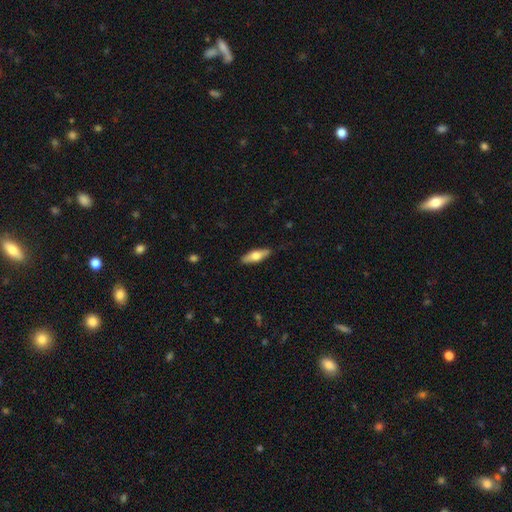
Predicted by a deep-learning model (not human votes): A smooth galaxy with no disk features (59%) that is in between round and cigar-shaped (53%).

Vote fractions:
- Smooth or featured? smooth: 59% / featured or disk: 35% / star or artifact: 6%
- How rounded? in between: 53% / cigar-shaped: 45% / round: 2%
- Merging? none: 87% / minor disturbance: 10% / major disturbance: 2% / merger: 1%